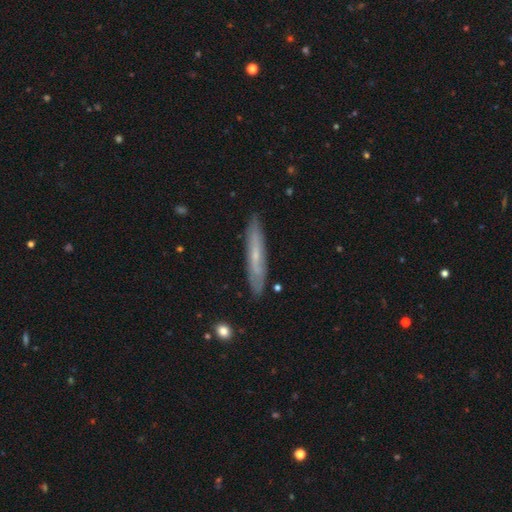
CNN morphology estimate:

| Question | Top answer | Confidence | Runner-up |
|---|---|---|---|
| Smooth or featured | featured or disk | 52% | smooth (41%) |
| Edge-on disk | yes | 69% | no (31%) |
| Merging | none | 86% | minor disturbance (11%) |